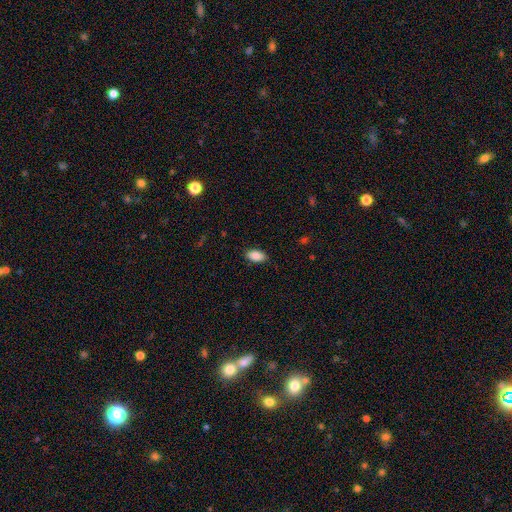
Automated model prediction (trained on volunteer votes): Overall: smooth (89%). How rounded: in between (93%). Merging: none (87%).